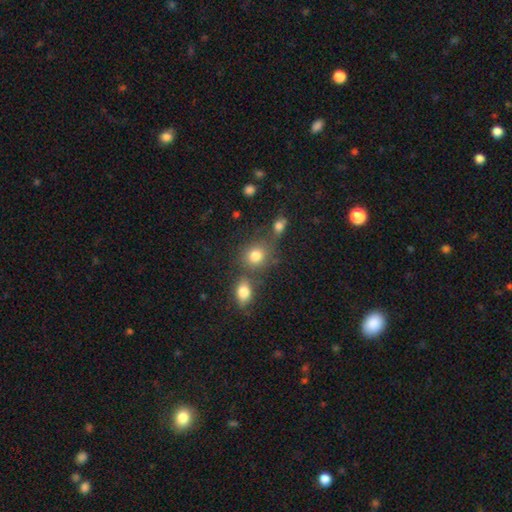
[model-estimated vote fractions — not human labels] Morphology: type=smooth (79%); roundness=round (71%); merging=none (58%).